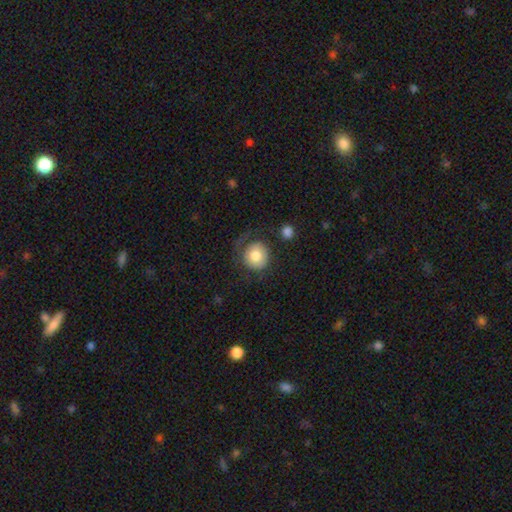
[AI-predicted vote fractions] This appears to be a smooth galaxy with no disk features (75%) that is round (90%). Merging: none (56%).